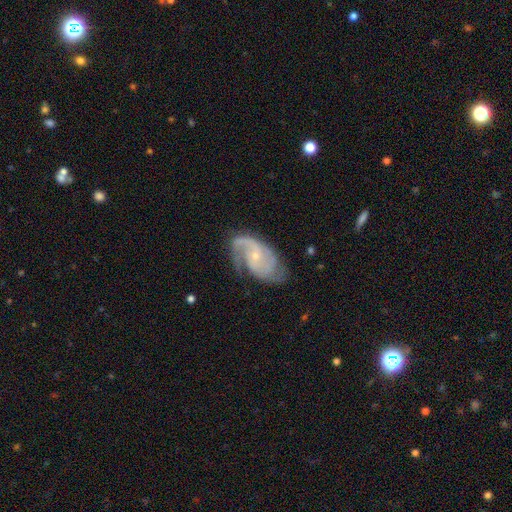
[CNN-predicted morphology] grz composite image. It shows a featured or disk galaxy (87%) with no bar (67%), 2 (63%) medium (48%) spiral arms (96%) and a small central bulge (76%). Merging: none (64%).